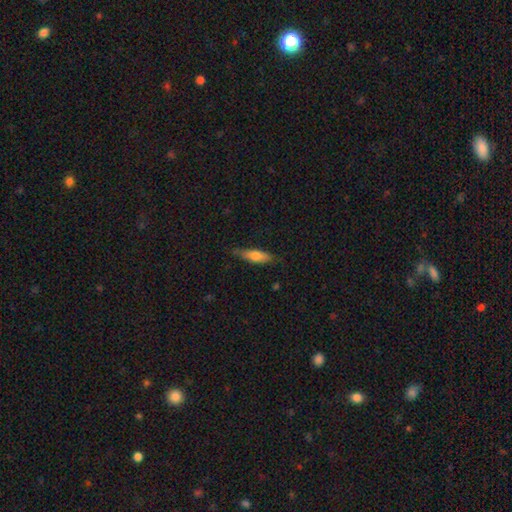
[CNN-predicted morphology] A smooth galaxy with no disk features (69%) that is cigar-shaped (57%).

Vote fractions:
- Smooth or featured? smooth: 69% / featured or disk: 25% / star or artifact: 6%
- How rounded? cigar-shaped: 57% / in between: 41% / round: 2%
- Merging? none: 74% / minor disturbance: 21% / major disturbance: 4% / merger: 1%